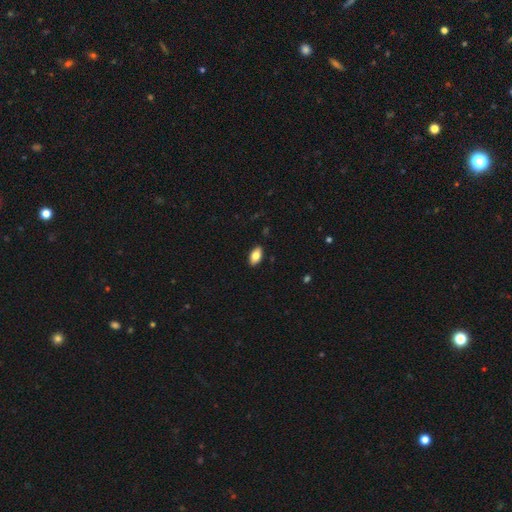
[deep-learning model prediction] Smooth or featured? Predicted: smooth (p=0.81). How rounded? Predicted: in between (p=0.93). Merging? Predicted: none (p=0.89).